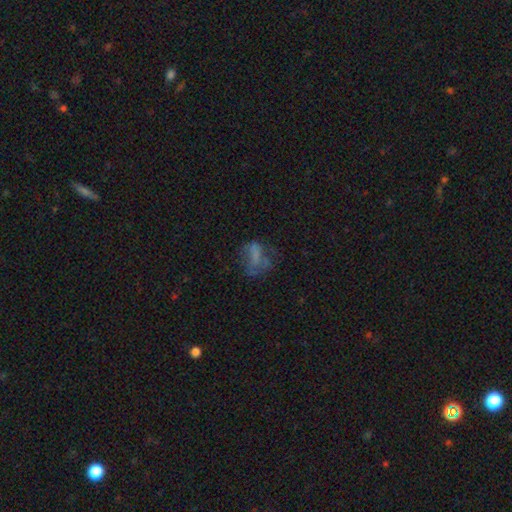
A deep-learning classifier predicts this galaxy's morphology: Smooth or featured? Predicted: smooth (p=0.43). Merging? Predicted: none (p=0.39).